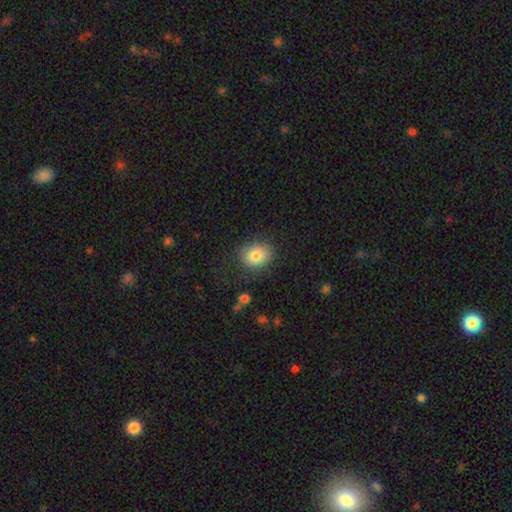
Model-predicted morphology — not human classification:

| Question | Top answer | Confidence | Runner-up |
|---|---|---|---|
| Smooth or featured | smooth | 83% | star or artifact (9%) |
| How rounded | round | 55% | in between (44%) |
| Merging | none | 78% | minor disturbance (15%) |